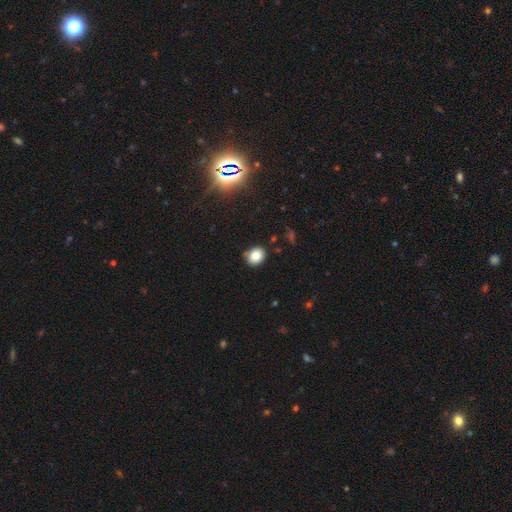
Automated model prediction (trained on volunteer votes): Overall: smooth (81%). How rounded: round (64%; in between 35%). Merging: none (83%).